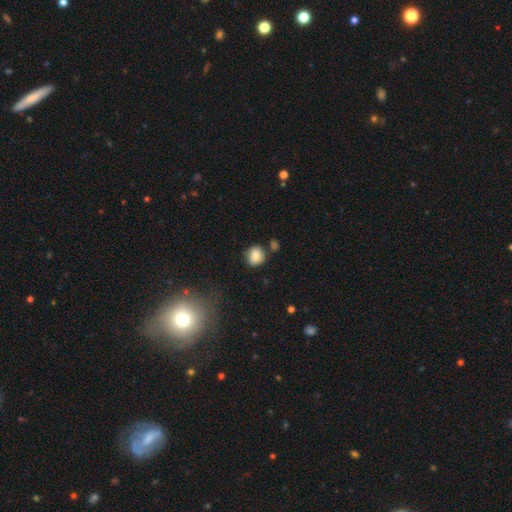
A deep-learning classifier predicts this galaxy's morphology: type=smooth (85%); roundness=round (78%); merging=none (71%).